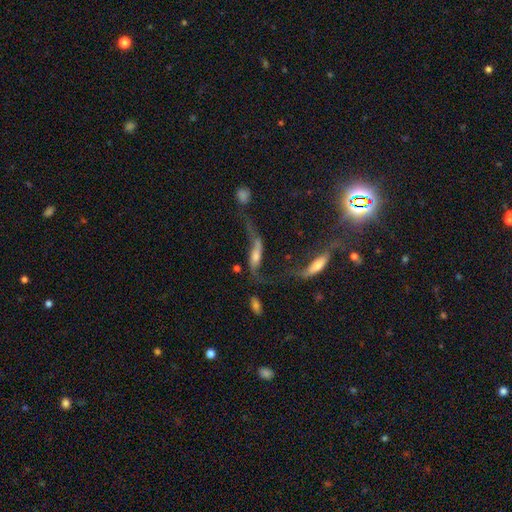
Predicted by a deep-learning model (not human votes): featured or disk 70%, smooth 19%, star or artifact 11%. Down the decision tree: edge-on disk — no (72%); bar — no (47%); spiral arms — yes (82%); bulge size — moderate (38%); merging — none (32%).